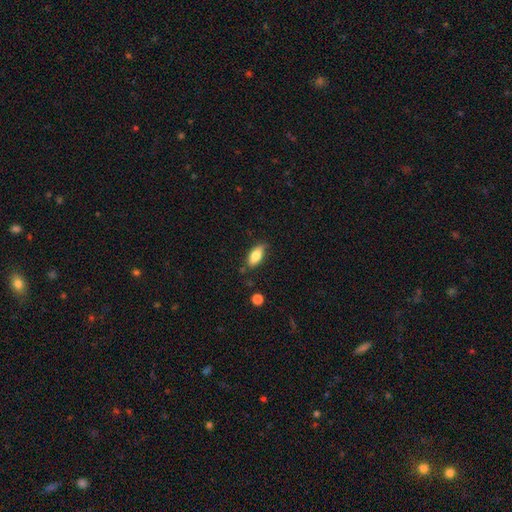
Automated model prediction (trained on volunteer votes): This appears to be a smooth galaxy with no disk features (77%) that is in between round and cigar-shaped (84%). Merging: none (74%).